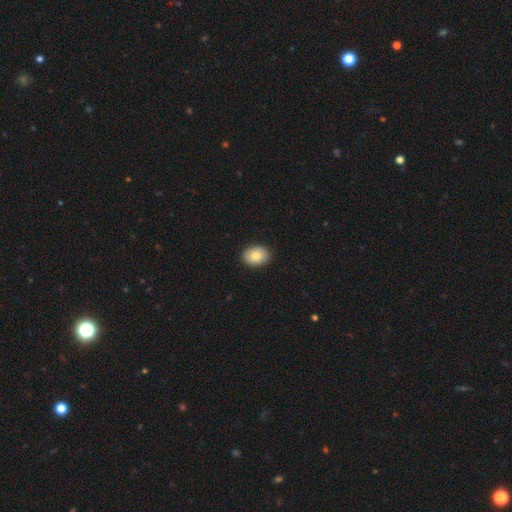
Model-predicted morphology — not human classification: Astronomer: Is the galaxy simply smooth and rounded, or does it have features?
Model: smooth — 84%.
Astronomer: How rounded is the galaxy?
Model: in between — 71%.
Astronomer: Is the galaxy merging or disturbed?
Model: none — 90%.